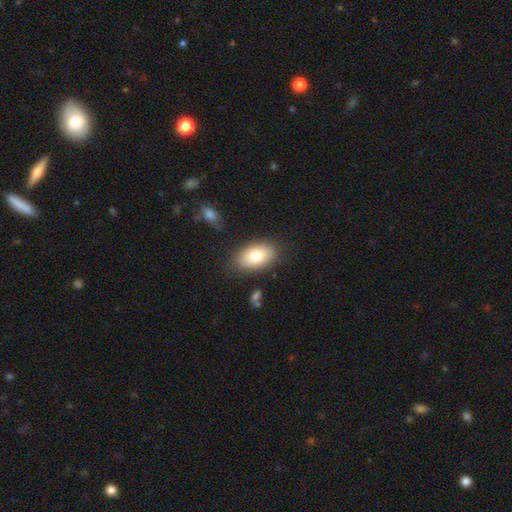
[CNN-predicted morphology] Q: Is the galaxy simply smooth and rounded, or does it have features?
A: smooth — 80%.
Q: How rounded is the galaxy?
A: in between — 93%.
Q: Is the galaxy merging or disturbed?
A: none — 84%.